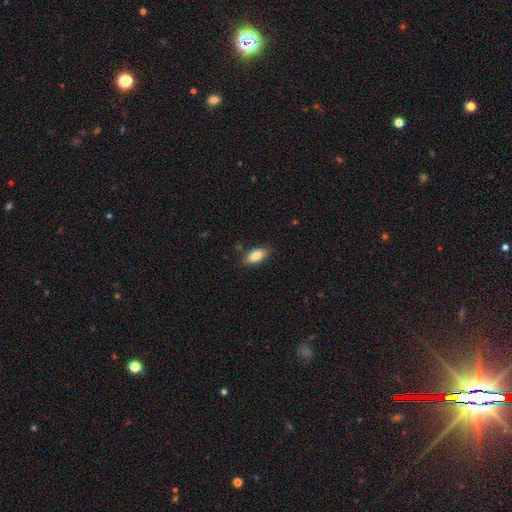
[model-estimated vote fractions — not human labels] Q: Smooth or featured?
A: smooth (81%); runner-up: featured or disk (12%)
Q: How rounded?
A: in between (87%); runner-up: cigar-shaped (11%)
Q: Merging?
A: none (84%); runner-up: minor disturbance (12%)